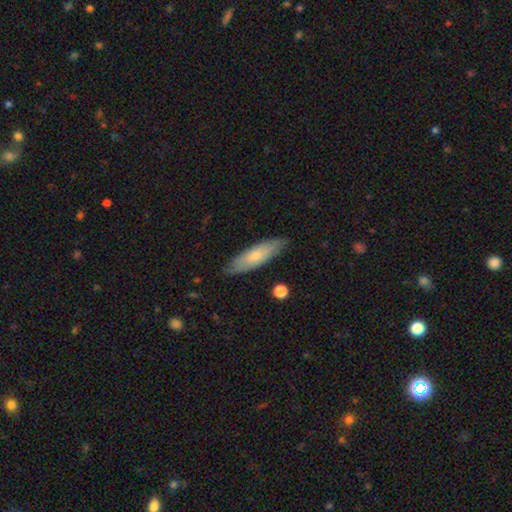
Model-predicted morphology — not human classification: Smooth or featured?
  - smooth: 61% *
  - featured or disk: 33%
  - star or artifact: 6%
How rounded?
  - cigar-shaped: 57% *
  - in between: 41%
  - round: 2%
Merging?
  - none: 84% *
  - minor disturbance: 13%
  - major disturbance: 2%
  - merger: 1%